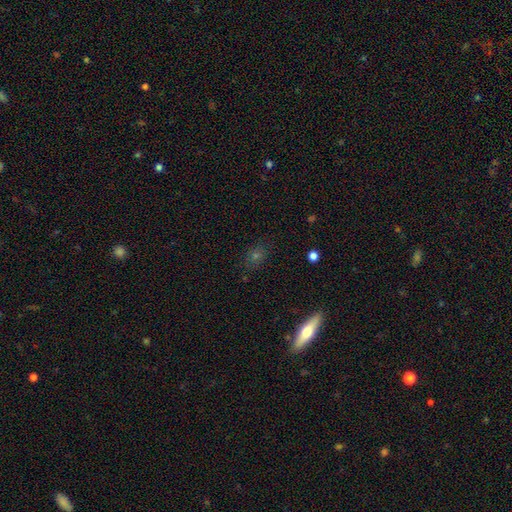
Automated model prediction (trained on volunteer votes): smooth-or-featured: smooth: 52% | star or artifact: 24% | featured or disk: 24%
  how-rounded: round: 46% | in between: 43% | cigar-shaped: 11%
  merging: none: 83% | minor disturbance: 11% | major disturbance: 3% | merger: 2%